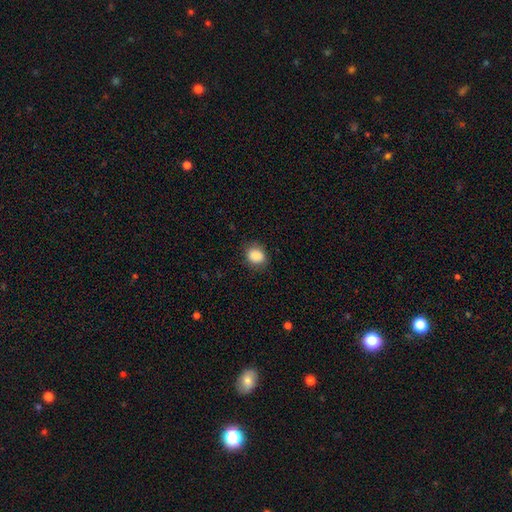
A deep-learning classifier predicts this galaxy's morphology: This appears to be a smooth galaxy with no disk features (87%) that is round (59%). Merging: none (83%).